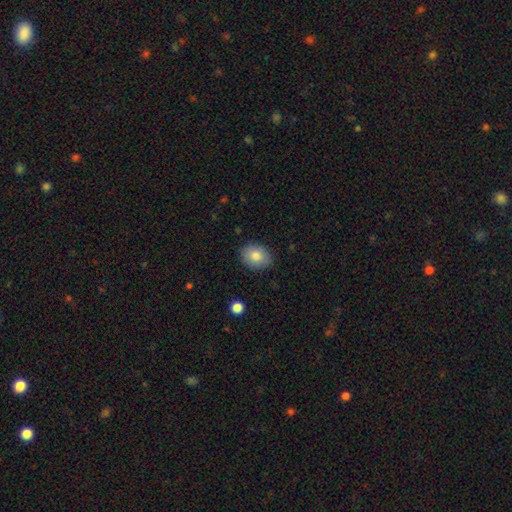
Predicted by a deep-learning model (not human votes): Q: Smooth or featured?
A: smooth (82%); runner-up: featured or disk (10%)
Q: How rounded?
A: in between (56%); runner-up: round (43%)
Q: Merging?
A: none (86%); runner-up: minor disturbance (10%)